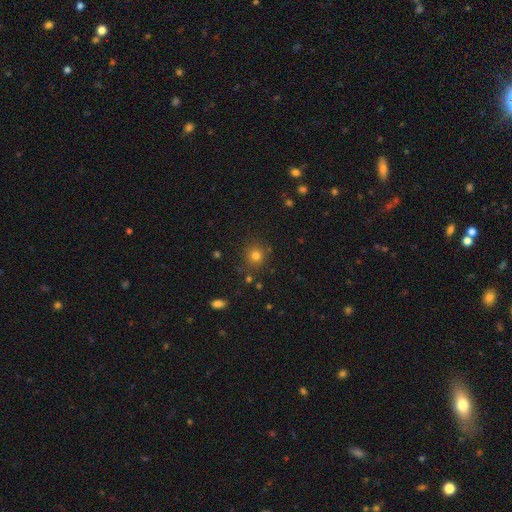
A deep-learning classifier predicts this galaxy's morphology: Smooth or featured? Predicted: smooth (p=0.78). How rounded? Predicted: round (p=0.90). Merging? Predicted: none (p=0.85).